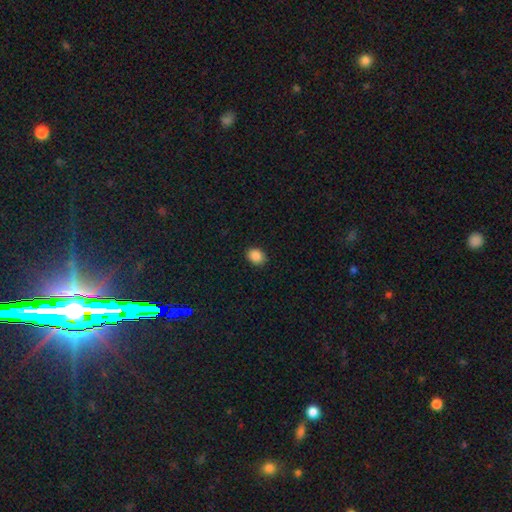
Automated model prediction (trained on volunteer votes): Overall: smooth (87%). How rounded: in between (54%; round 45%). Merging: none (90%).